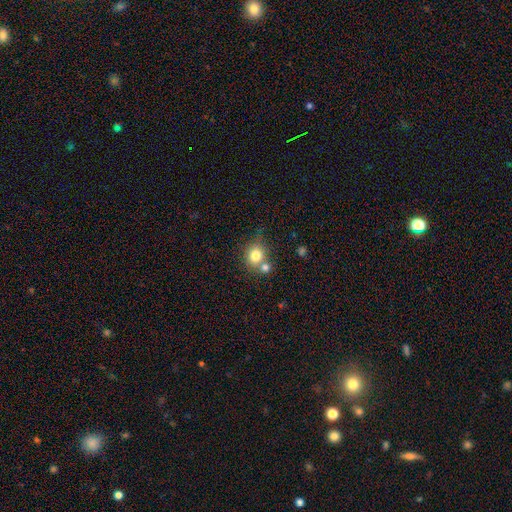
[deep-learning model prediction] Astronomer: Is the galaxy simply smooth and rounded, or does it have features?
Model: smooth — 79%.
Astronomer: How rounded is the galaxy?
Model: round — 76%.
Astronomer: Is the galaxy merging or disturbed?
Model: none — 52% (runner-up: merger, 33%).